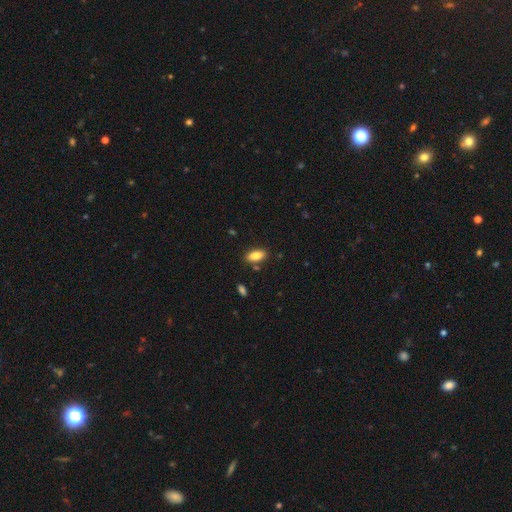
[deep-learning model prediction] This is clearly a smooth galaxy (86%). How rounded: clearly in between (89%). Merging: clearly none (84%).